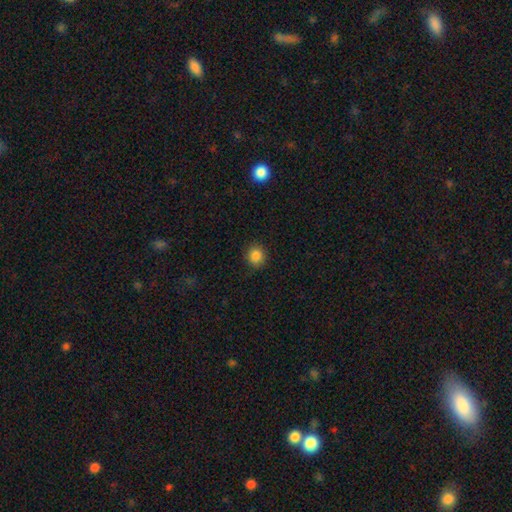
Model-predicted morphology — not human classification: Overall: smooth (85%). How rounded: round (87%). Merging: none (90%).